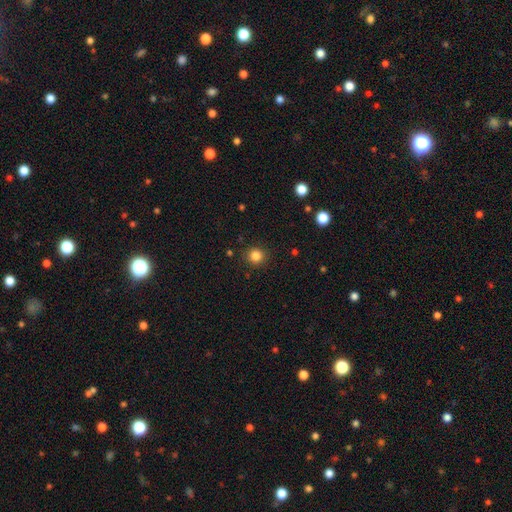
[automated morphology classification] Smooth or featured: smooth — 84% (star or artifact — 12%)
How rounded: round — 90% (in between — 9%)
Merging: none — 89% (minor disturbance — 7%)